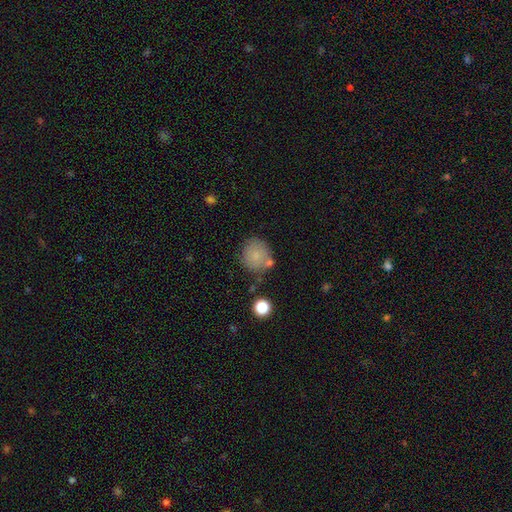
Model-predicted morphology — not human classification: type=smooth (80%); roundness=round (84%); merging=none (68%).